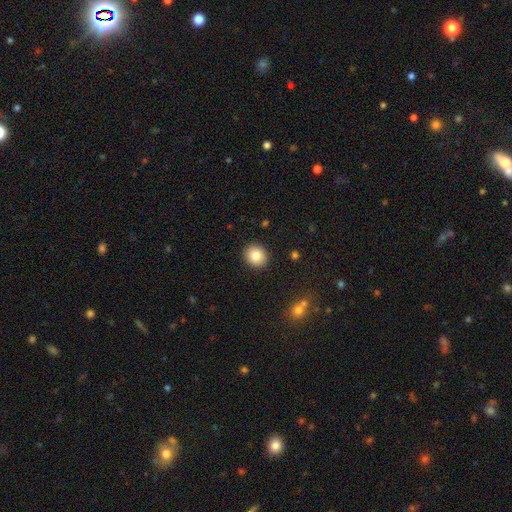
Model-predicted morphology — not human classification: This is clearly a smooth galaxy (82%). How rounded: clearly round (81%). Merging: clearly none (91%).